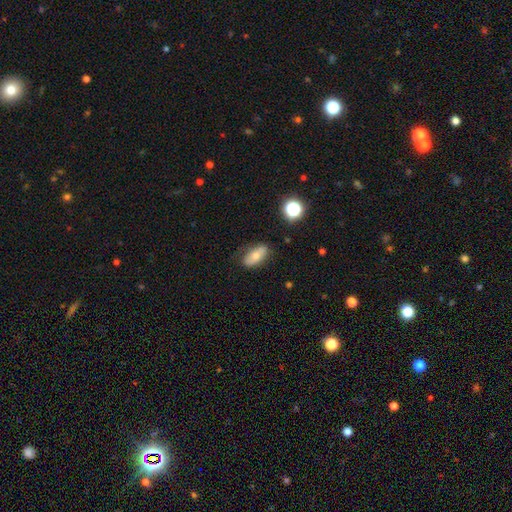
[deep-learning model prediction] Smooth or featured?
  - smooth: 66% *
  - featured or disk: 25%
  - star or artifact: 9%
How rounded?
  - in between: 85% *
  - cigar-shaped: 10%
  - round: 5%
Merging?
  - none: 75% *
  - minor disturbance: 18%
  - major disturbance: 5%
  - merger: 2%